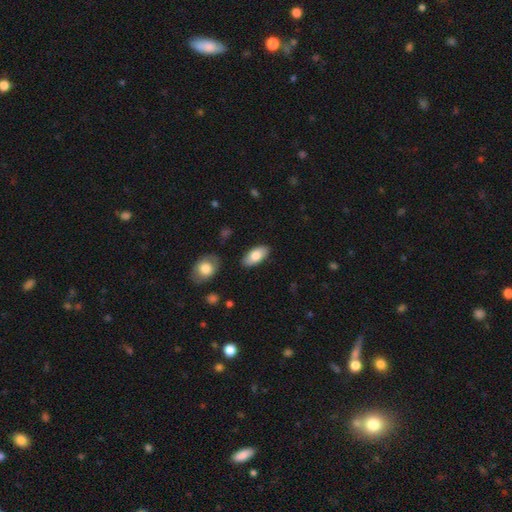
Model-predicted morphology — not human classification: The model was most divided on "smooth or featured": smooth: 79%, featured or disk: 15%, star or artifact: 6%. More confident: how rounded — in between (93%); merging — none (86%).